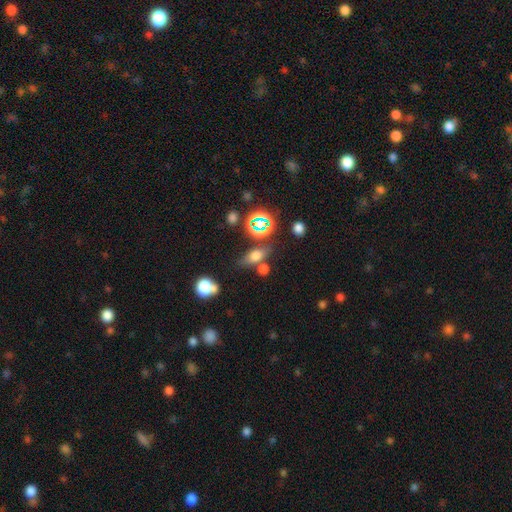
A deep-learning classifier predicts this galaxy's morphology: smooth-or-featured: smooth: 59% | star or artifact: 22% | featured or disk: 19%
  how-rounded: in between: 56% | cigar-shaped: 24% | round: 20%
  merging: none: 63% | merger: 16% | minor disturbance: 15% | major disturbance: 7%